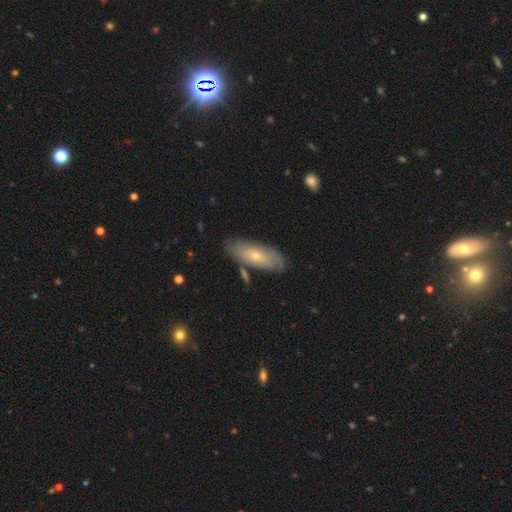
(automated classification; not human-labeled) smooth_or_featured: smooth (p=0.59) [alt: featured or disk p=0.35]
how_rounded: in between (p=0.74) [alt: cigar-shaped p=0.24]
merging: none (p=0.76) [alt: minor disturbance p=0.16]